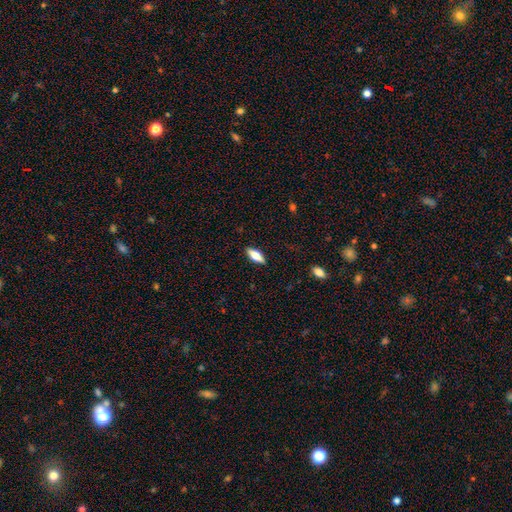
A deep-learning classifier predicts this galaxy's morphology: Smooth or featured? smooth (63%)
How rounded? in between (67%)
Merging? none (89%)